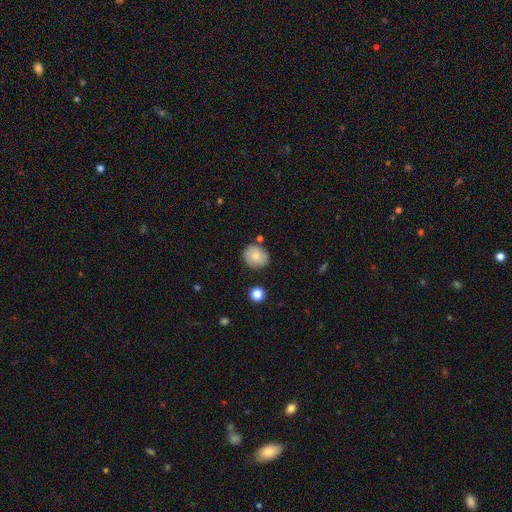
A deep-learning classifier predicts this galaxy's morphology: A smooth galaxy with no disk features (63%) that is round (70%).

Vote fractions:
- Smooth or featured? smooth: 63% / featured or disk: 29% / star or artifact: 9%
- How rounded? round: 70% / in between: 29% / cigar-shaped: 1%
- Merging? none: 74% / minor disturbance: 17% / merger: 5% / major disturbance: 4%